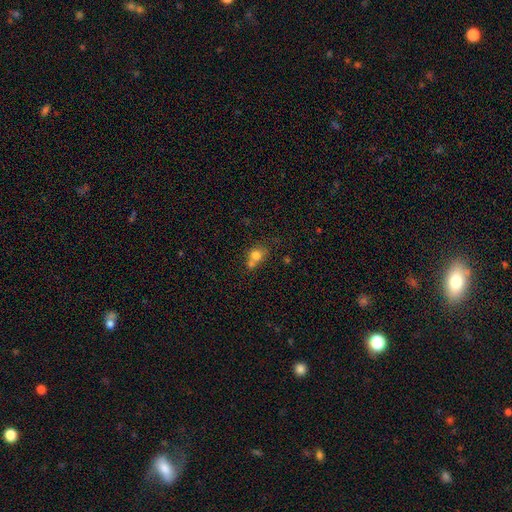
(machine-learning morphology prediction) Smooth or featured? smooth (74%)
How rounded? round (64%)
Merging? merger (48%)